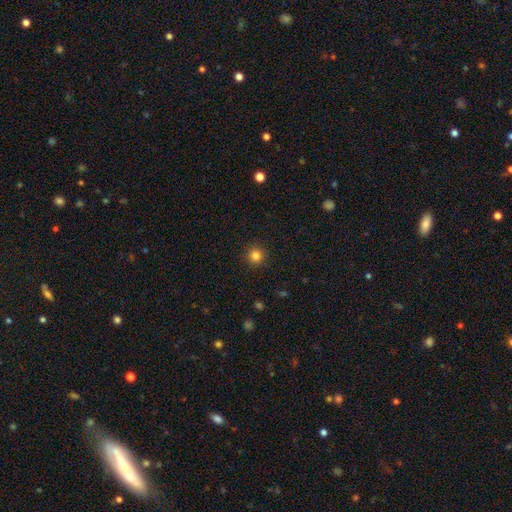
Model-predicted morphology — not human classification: type=smooth (83%); roundness=round (95%); merging=none (92%).